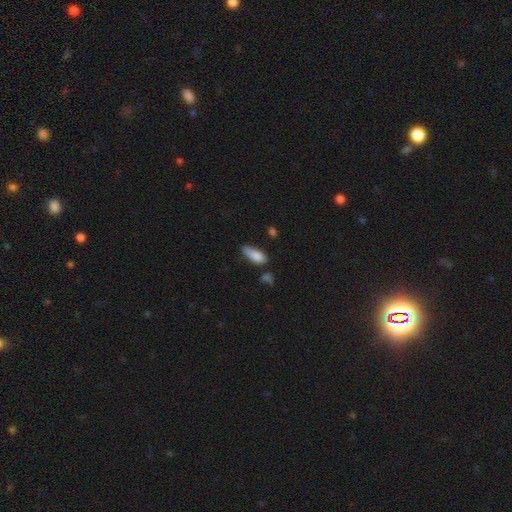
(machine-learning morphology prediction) Smooth or featured? smooth (82%)
How rounded? in between (70%)
Merging? none (42%)